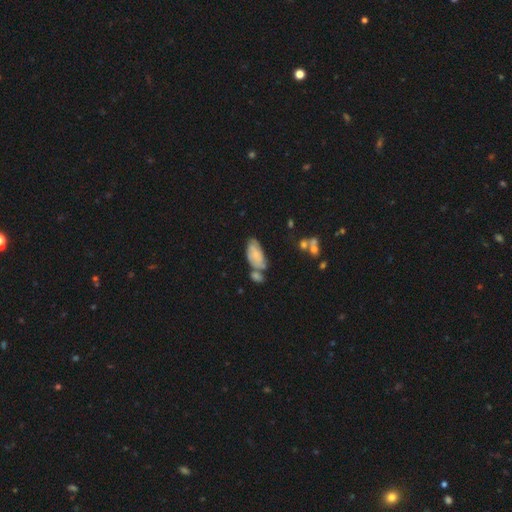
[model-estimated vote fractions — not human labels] Smooth or featured? Predicted: smooth (p=0.58). How rounded? Predicted: in between (p=0.90). Merging? Predicted: none (p=0.43).